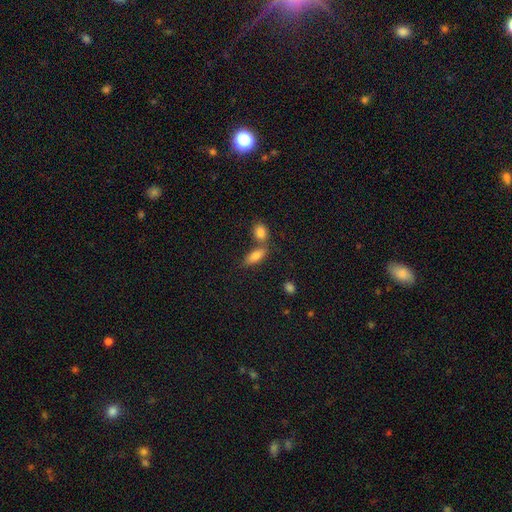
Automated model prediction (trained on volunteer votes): The model was most divided on "merging": none: 49%, merger: 35%, minor disturbance: 12%, major disturbance: 4%. More confident: smooth or featured — smooth (81%); how rounded — in between (77%).